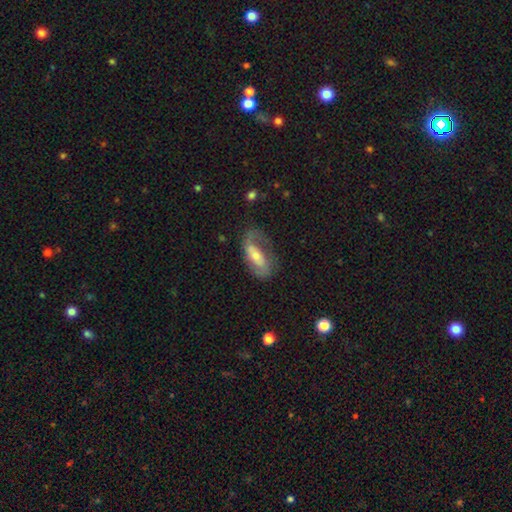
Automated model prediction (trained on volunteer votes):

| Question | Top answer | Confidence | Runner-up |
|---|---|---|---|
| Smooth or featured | featured or disk | 66% | smooth (27%) |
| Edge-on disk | no | 92% | yes (8%) |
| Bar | no | 35% | weak (34%) |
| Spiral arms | yes | 82% | no (18%) |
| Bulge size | small | 49% | moderate (41%) |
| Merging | none | 52% | minor disturbance (23%) |